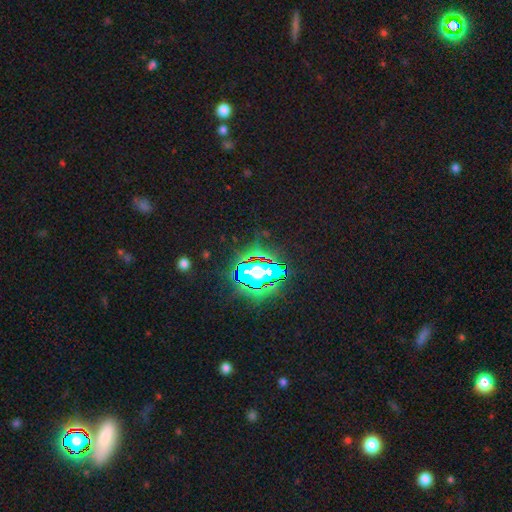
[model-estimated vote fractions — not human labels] smooth_or_featured: star or artifact (p=0.81) [alt: smooth p=0.12]